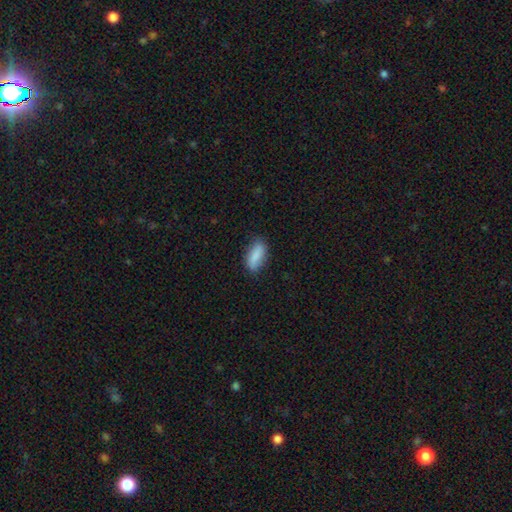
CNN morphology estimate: smooth 86%, featured or disk 8%, star or artifact 6%. Down the decision tree: how rounded — in between (82%); merging — none (79%).